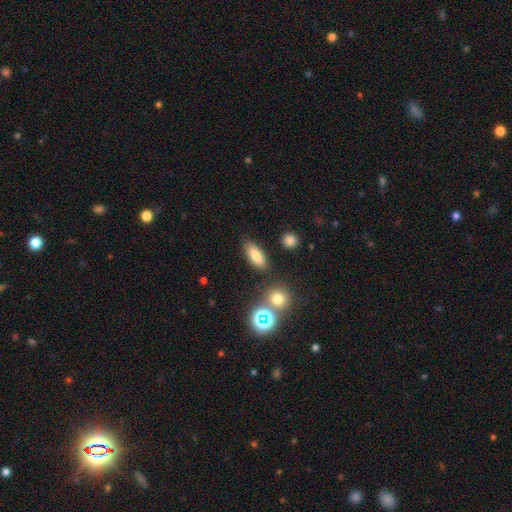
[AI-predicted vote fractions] This is clearly a smooth galaxy (80%). How rounded: likely in between (76%). Merging: clearly none (83%).